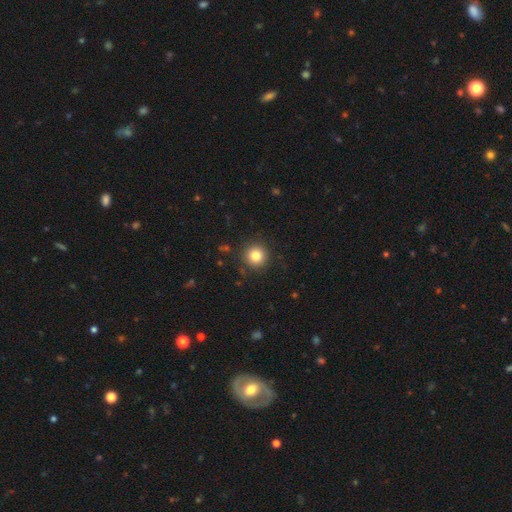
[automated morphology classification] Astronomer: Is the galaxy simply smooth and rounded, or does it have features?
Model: smooth — 83%.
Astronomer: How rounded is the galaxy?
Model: round — 94%.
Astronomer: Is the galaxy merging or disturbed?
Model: none — 90%.